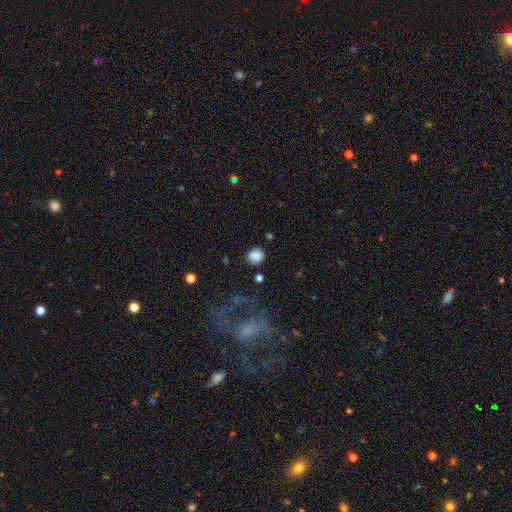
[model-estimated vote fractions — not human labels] The model was most divided on "how rounded": round: 81%, in between: 18%, cigar-shaped: 1%. More confident: smooth or featured — smooth (82%); merging — none (77%).